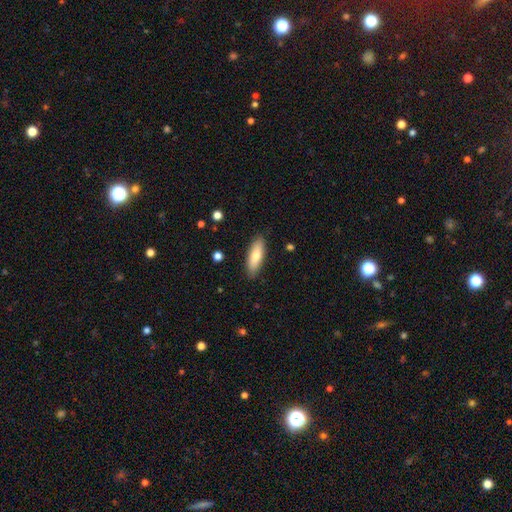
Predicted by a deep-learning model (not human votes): This appears to be a smooth galaxy with no disk features (78%) that is in between round and cigar-shaped (60%). Merging: none (87%).